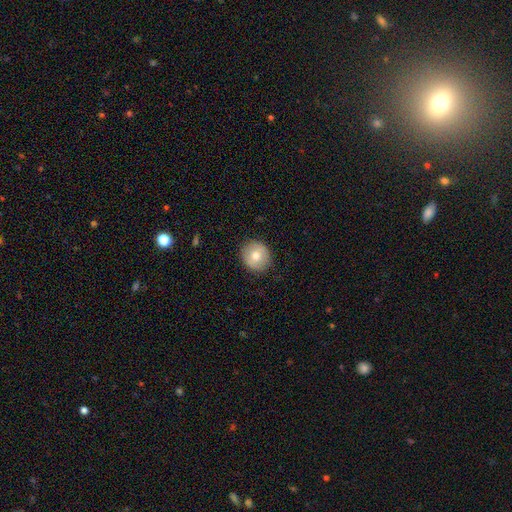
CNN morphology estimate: smooth-or-featured: smooth: 71% | featured or disk: 21% | star or artifact: 8%
  how-rounded: round: 90% | in between: 9% | cigar-shaped: 1%
  merging: none: 88% | minor disturbance: 9% | major disturbance: 2% | merger: 1%